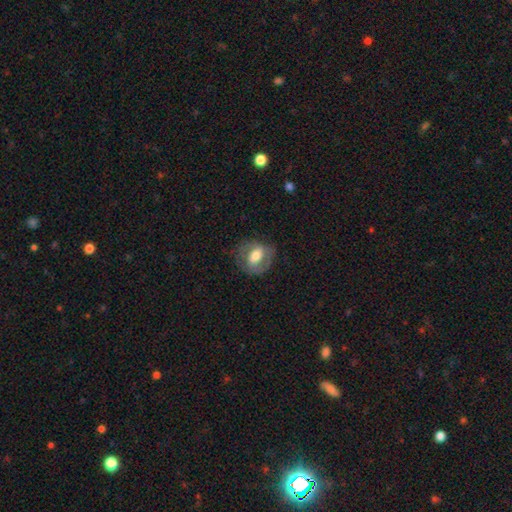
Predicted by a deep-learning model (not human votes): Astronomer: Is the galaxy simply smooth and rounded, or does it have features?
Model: featured or disk — 51% (runner-up: smooth, 43%).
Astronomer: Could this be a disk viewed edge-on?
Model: no — 94%.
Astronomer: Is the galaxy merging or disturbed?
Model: none — 68%.